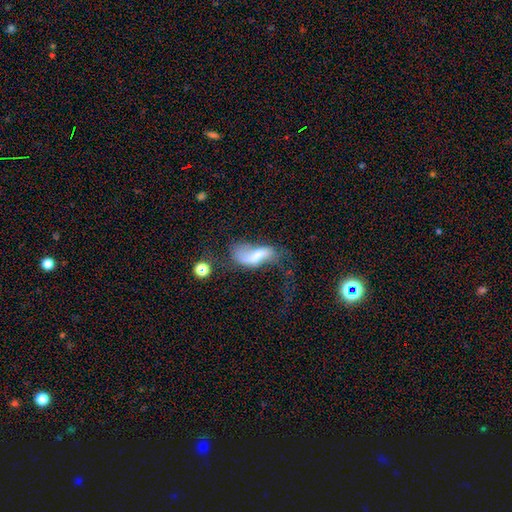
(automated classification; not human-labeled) This is possibly a featured or disk galaxy (47%). Merging: marginally major disturbance (36%).